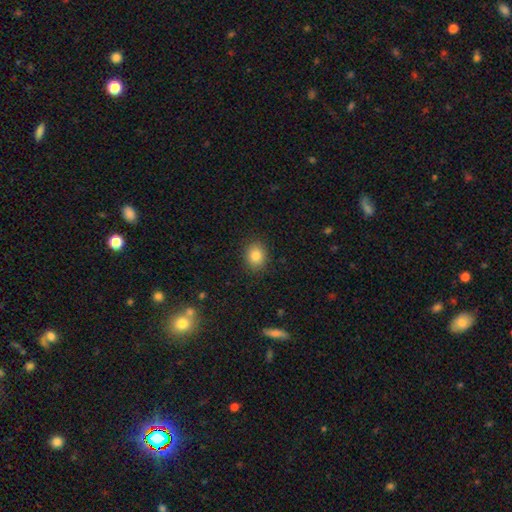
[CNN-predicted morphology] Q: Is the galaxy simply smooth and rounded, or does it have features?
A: smooth — 84%.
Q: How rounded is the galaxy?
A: round — 58%.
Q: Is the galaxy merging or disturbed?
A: none — 88%.